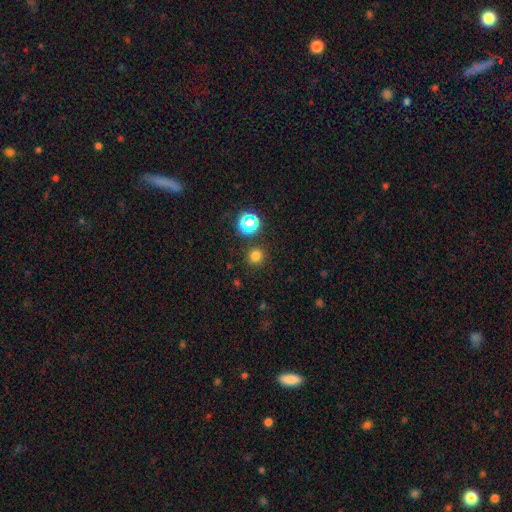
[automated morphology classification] Overall: smooth (76%). How rounded: round (91%). Merging: none (87%).